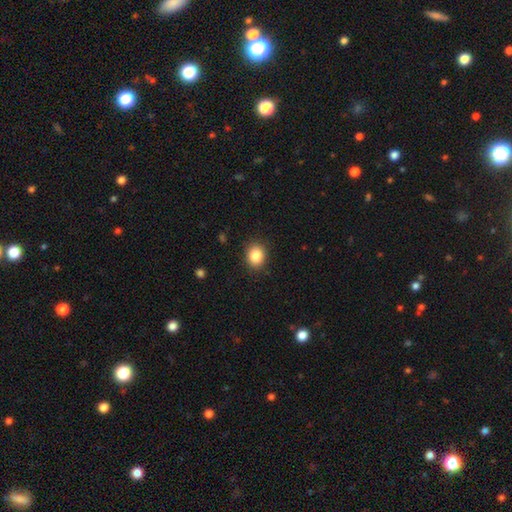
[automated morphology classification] A smooth galaxy with no disk features (86%) that is round (61%). Merging: none (88%).